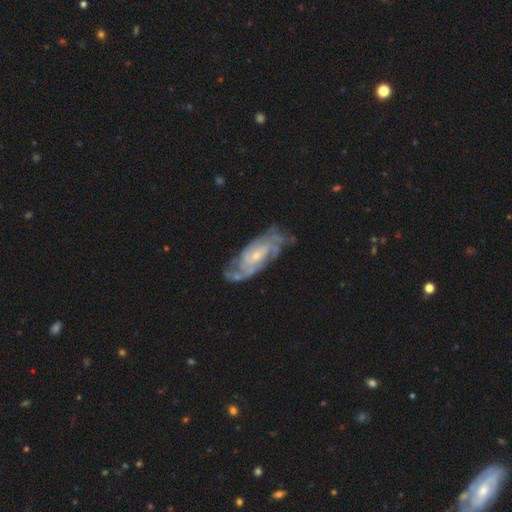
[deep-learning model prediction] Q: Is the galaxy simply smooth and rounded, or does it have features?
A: featured or disk — 86%.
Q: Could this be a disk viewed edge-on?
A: no — 92%.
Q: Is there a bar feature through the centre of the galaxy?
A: no — 55%.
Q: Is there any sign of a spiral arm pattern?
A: yes — 95%.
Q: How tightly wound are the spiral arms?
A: tight — 55%.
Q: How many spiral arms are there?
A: can't tell — 33%.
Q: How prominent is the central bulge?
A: small — 67%.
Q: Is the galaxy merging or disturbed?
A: none — 68%.